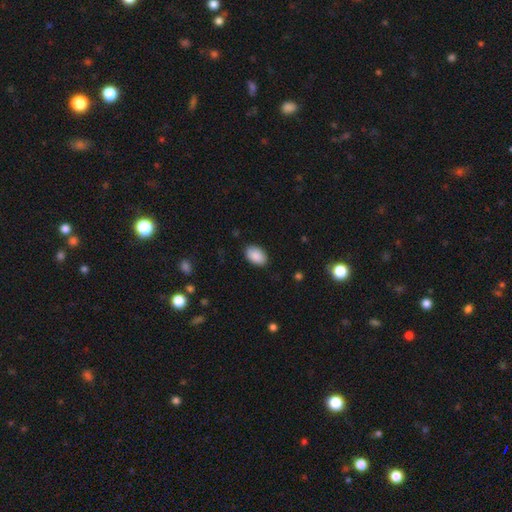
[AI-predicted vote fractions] Smooth or featured? Predicted: smooth (p=0.90). How rounded? Predicted: in between (p=0.91). Merging? Predicted: none (p=0.88).